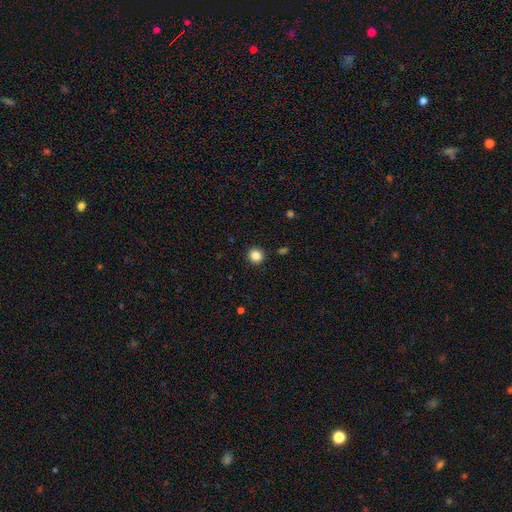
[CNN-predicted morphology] A smooth galaxy with no disk features (85%) that is round (93%).

Vote fractions:
- Smooth or featured? smooth: 85% / star or artifact: 11% / featured or disk: 4%
- How rounded? round: 93% / in between: 6% / cigar-shaped: 1%
- Merging? none: 92% / minor disturbance: 5% / major disturbance: 2% / merger: 1%